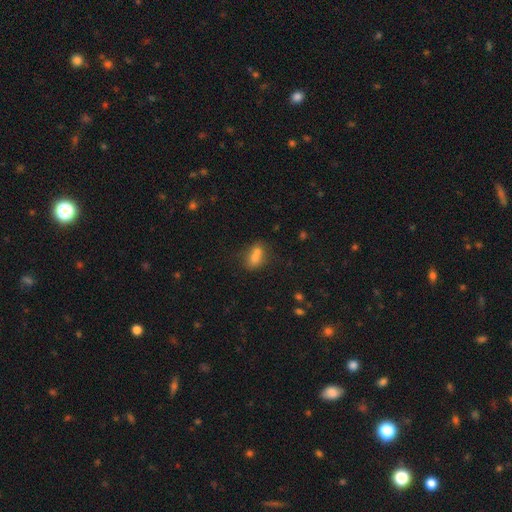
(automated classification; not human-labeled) Smooth or featured?
  - smooth: 71% *
  - featured or disk: 16%
  - star or artifact: 13%
How rounded?
  - in between: 65% *
  - round: 31%
  - cigar-shaped: 3%
Merging?
  - merger: 58% *
  - none: 29%
  - minor disturbance: 9%
  - major disturbance: 4%